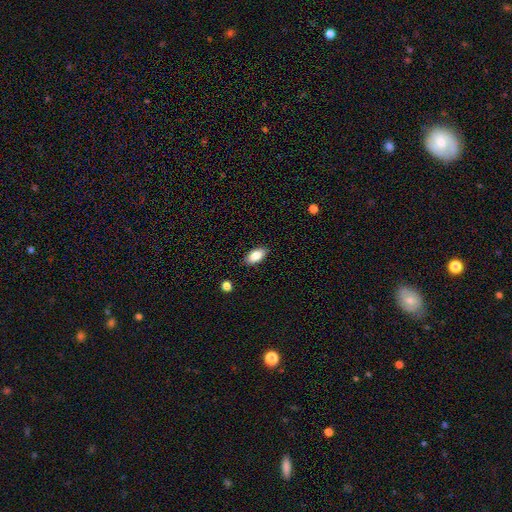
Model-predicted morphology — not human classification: This is clearly a smooth galaxy (85%). How rounded: clearly in between (92%). Merging: clearly none (87%).